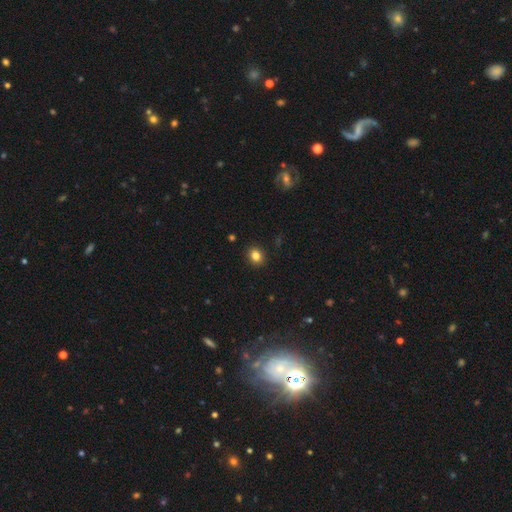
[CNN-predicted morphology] Overall: smooth (83%). How rounded: round (65%; in between 34%). Merging: none (91%).